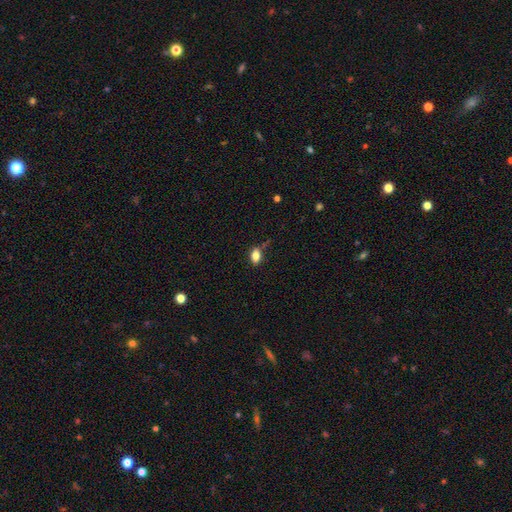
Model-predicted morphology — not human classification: Smooth or featured? Predicted: smooth (p=0.79). How rounded? Predicted: in between (p=0.83). Merging? Predicted: none (p=0.66).